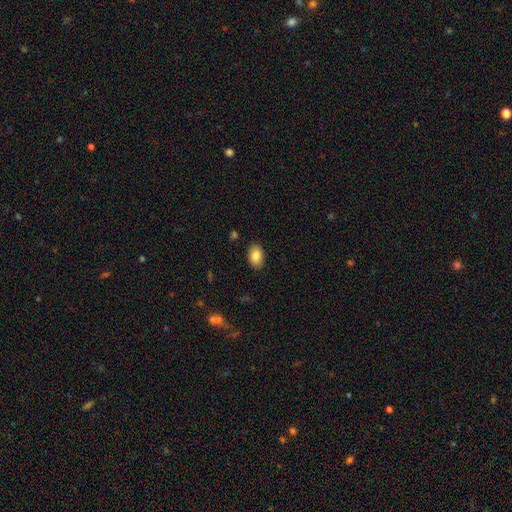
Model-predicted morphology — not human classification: A smooth galaxy with no disk features (85%) that is in between round and cigar-shaped (89%).

Vote fractions:
- Smooth or featured? smooth: 85% / star or artifact: 7% / featured or disk: 7%
- How rounded? in between: 89% / round: 10% / cigar-shaped: 1%
- Merging? none: 88% / minor disturbance: 9% / major disturbance: 2% / merger: 1%